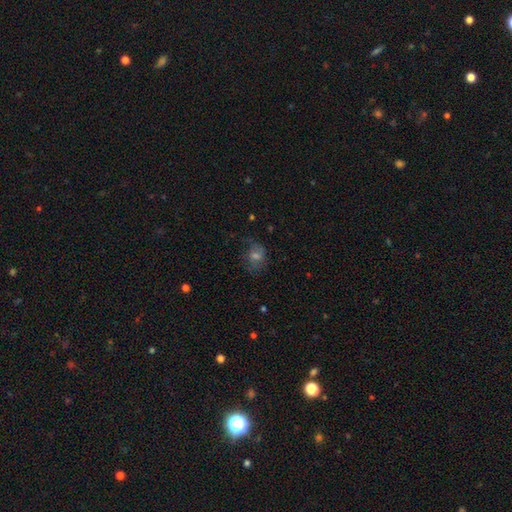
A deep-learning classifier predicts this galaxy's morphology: smooth-or-featured: smooth: 42% | featured or disk: 37% | star or artifact: 21%
  merging: none: 57% | minor disturbance: 22% | major disturbance: 19% | merger: 2%